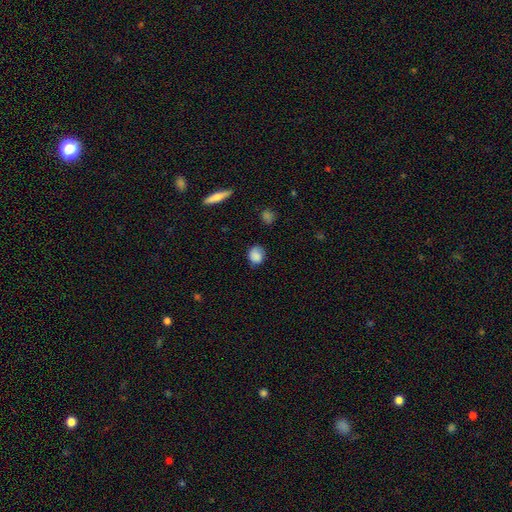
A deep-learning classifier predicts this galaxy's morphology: Smooth or featured?
  - smooth: 85% *
  - star or artifact: 9%
  - featured or disk: 6%
How rounded?
  - round: 67% *
  - in between: 32%
  - cigar-shaped: 1%
Merging?
  - none: 72% *
  - minor disturbance: 22%
  - major disturbance: 4%
  - merger: 2%